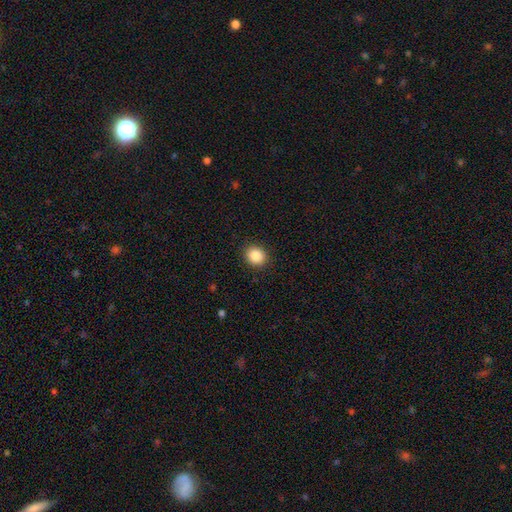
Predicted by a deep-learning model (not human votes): A smooth galaxy with no disk features (87%) that is round (73%). Merging: none (90%).